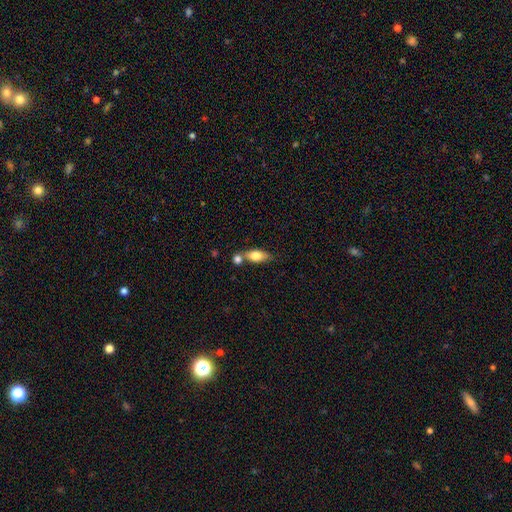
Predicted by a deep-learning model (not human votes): This is likely a smooth galaxy (75%). How rounded: clearly in between (81%). Merging: possibly none (49%).